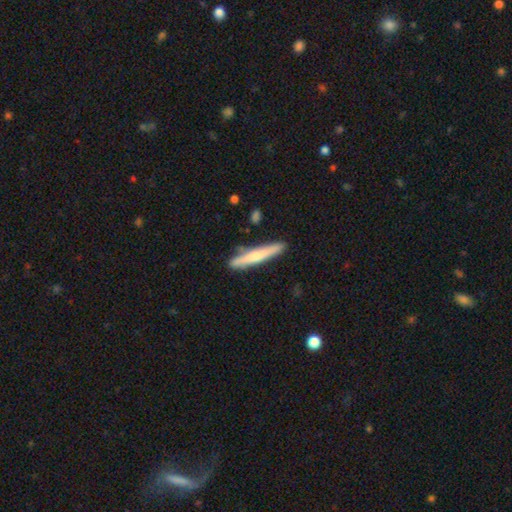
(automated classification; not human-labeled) Smooth or featured? smooth (58%)
How rounded? cigar-shaped (94%)
Merging? none (84%)